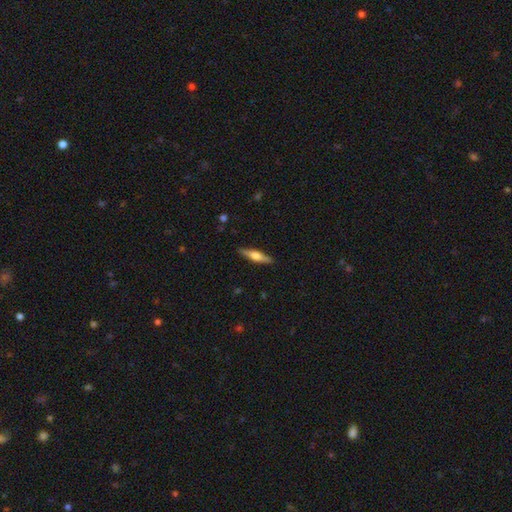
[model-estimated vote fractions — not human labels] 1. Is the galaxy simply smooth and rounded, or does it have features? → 55% featured or disk, 40% smooth, 6% star or artifact.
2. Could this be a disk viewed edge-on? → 95% yes, 5% no.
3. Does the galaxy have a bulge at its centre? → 84% rounded, 12% boxy, 4% none.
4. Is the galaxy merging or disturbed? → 88% none, 9% minor disturbance, 2% major disturbance, 1% merger.